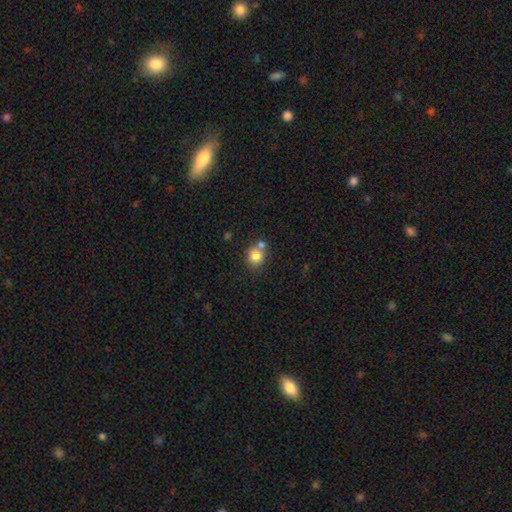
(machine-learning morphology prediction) A smooth galaxy with no disk features (81%) that is round (84%).

Vote fractions:
- Smooth or featured? smooth: 81% / star or artifact: 11% / featured or disk: 8%
- How rounded? round: 84% / in between: 15% / cigar-shaped: 1%
- Merging? none: 54% / merger: 33% / minor disturbance: 10% / major disturbance: 3%